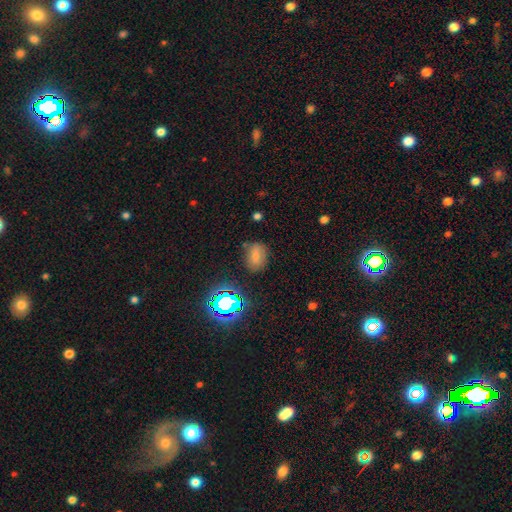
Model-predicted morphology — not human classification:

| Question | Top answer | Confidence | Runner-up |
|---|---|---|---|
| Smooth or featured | smooth | 70% | star or artifact (19%) |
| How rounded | in between | 71% | round (27%) |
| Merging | none | 77% | minor disturbance (16%) |